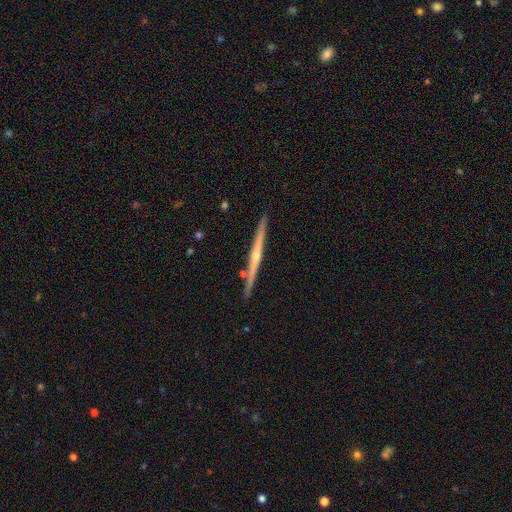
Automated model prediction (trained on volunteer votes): smooth_or_featured: featured or disk (p=0.79) [alt: smooth p=0.15]
disk_edge_on: yes (p=0.98) [alt: no p=0.02]
edge_on_bulge: rounded (p=0.71) [alt: none p=0.23]
merging: none (p=0.91) [alt: minor disturbance p=0.07]